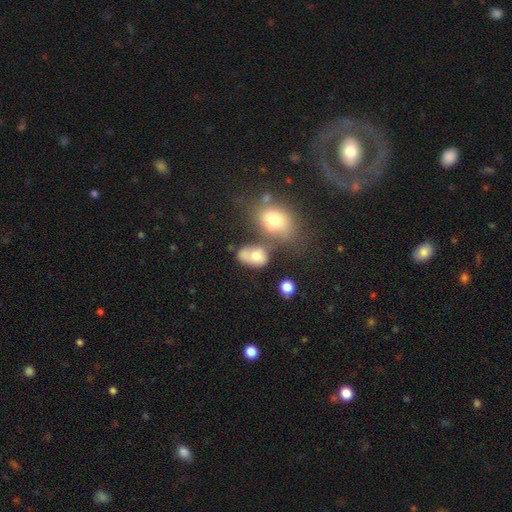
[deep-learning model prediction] Overall: smooth (68%). How rounded: in between (72%). Merging: none (34%; merger 33%).